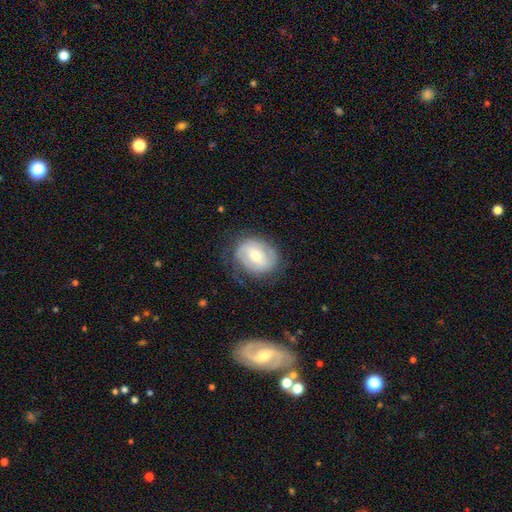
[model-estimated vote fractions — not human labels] featured or disk 65%, smooth 29%, star or artifact 7%. Down the decision tree: edge-on disk — no (96%); bar — weak (43%); spiral arms — yes (78%); bulge size — moderate (56%); merging — none (70%).